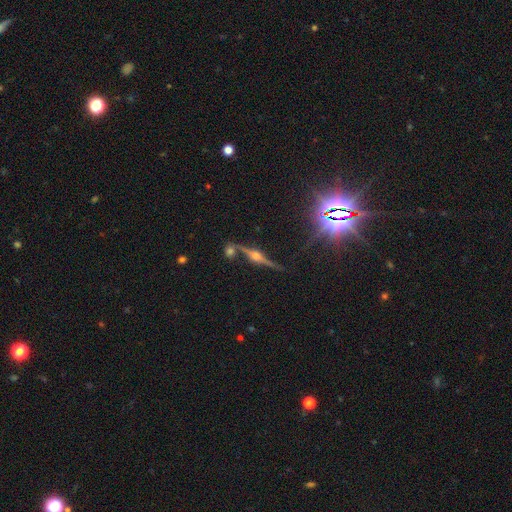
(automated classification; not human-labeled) This appears to be a featured or disk galaxy (82%) viewed edge-on (92%) with a rounded central bulge (94%). Merging: none (68%).